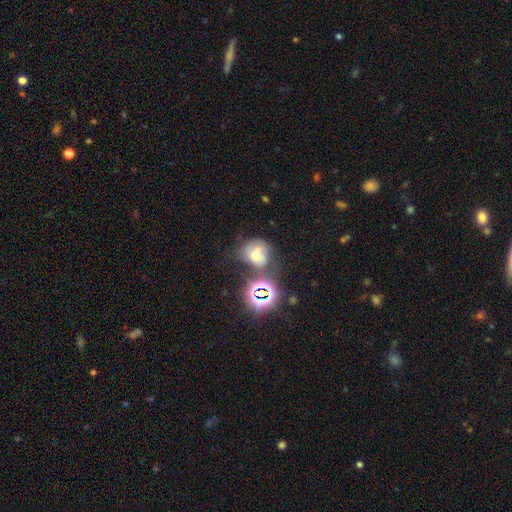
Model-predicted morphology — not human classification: Smooth or featured?
  - smooth: 38% *
  - star or artifact: 31%
  - featured or disk: 30%
Merging?
  - none: 41% *
  - minor disturbance: 23%
  - merger: 18%
  - major disturbance: 18%